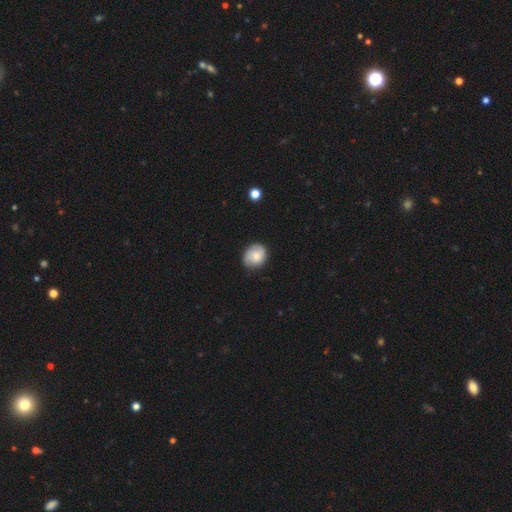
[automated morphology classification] The model was most divided on "how rounded": round: 66%, in between: 34%, cigar-shaped: 1%. More confident: merging — none (77%); smooth or featured — smooth (71%).